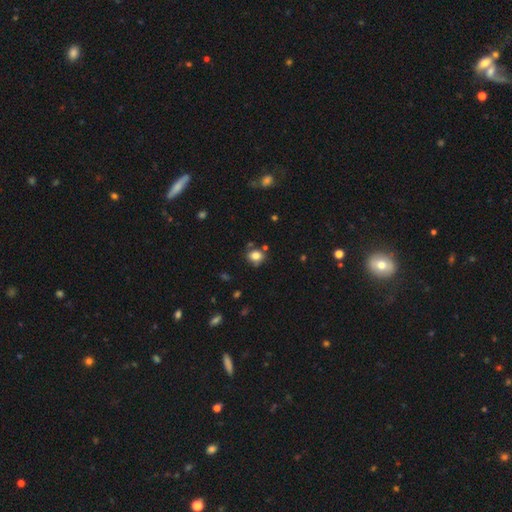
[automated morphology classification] Smooth or featured? Predicted: smooth (p=0.81). How rounded? Predicted: round (p=0.69). Merging? Predicted: none (p=0.72).